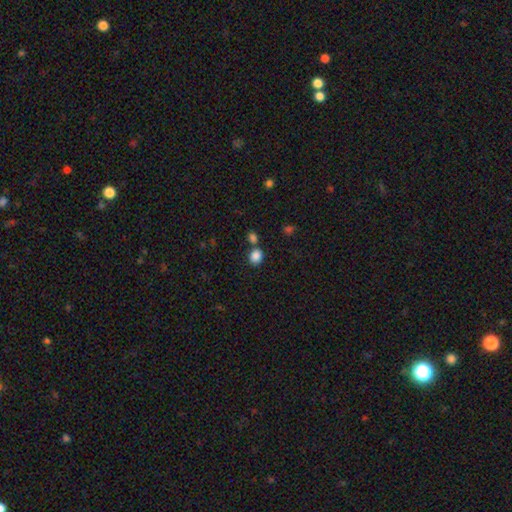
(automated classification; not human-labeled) Morphology: type=smooth (86%); roundness=round (59%); merging=none (65%).